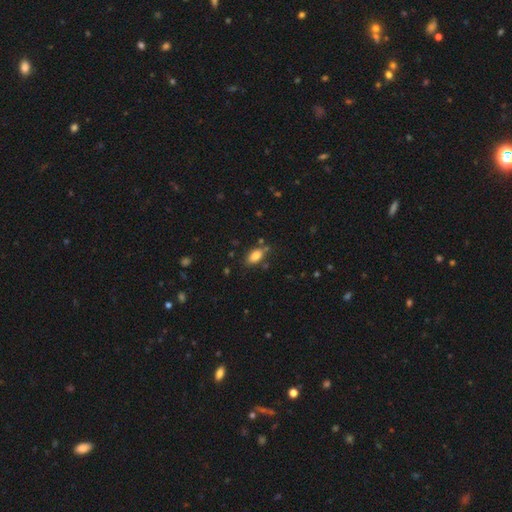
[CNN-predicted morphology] The model was most divided on "merging": none: 74%, minor disturbance: 16%, merger: 6%, major disturbance: 4%. More confident: how rounded — in between (89%); smooth or featured — smooth (84%).